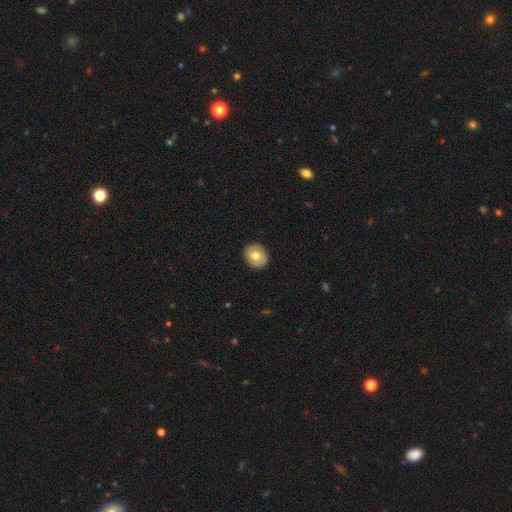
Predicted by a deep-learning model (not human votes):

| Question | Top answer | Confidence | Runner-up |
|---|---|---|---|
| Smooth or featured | smooth | 64% | featured or disk (29%) |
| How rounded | round | 74% | in between (25%) |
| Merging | none | 89% | minor disturbance (8%) |